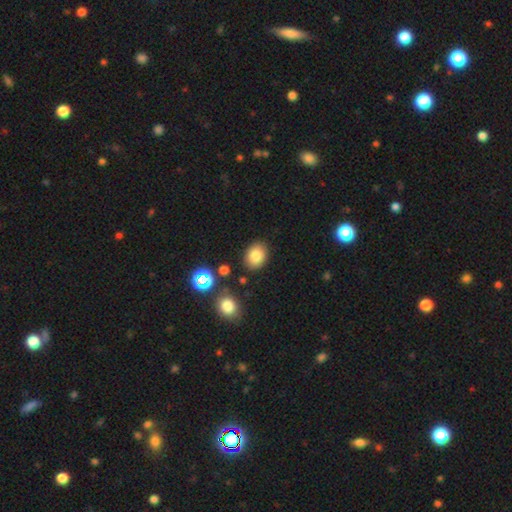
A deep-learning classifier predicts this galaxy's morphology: The model was most divided on "how rounded": in between: 64%, round: 35%, cigar-shaped: 1%. More confident: merging — none (85%); smooth or featured — smooth (82%).